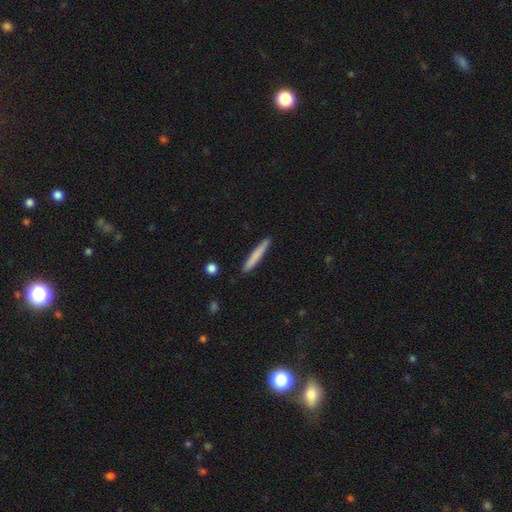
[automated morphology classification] This appears to be a smooth galaxy with no disk features (74%) that is cigar-shaped (96%). Merging: none (90%).